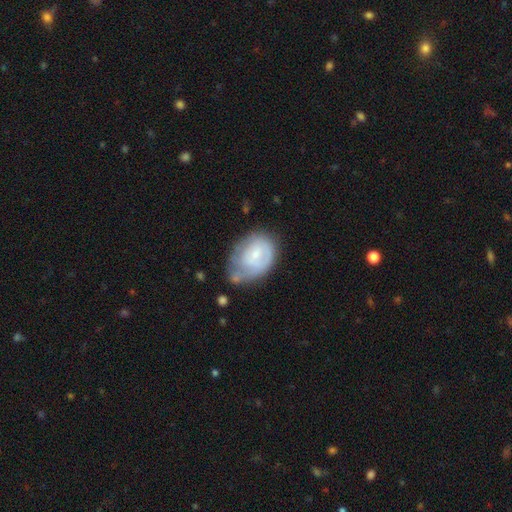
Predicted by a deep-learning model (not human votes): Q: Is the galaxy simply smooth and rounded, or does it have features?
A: featured or disk — 55%.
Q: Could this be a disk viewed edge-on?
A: no — 97%.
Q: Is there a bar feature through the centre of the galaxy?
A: no — 67%.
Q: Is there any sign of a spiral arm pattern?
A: yes — 62%.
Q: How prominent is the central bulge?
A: small — 63%.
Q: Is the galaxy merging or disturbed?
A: minor disturbance — 36%.